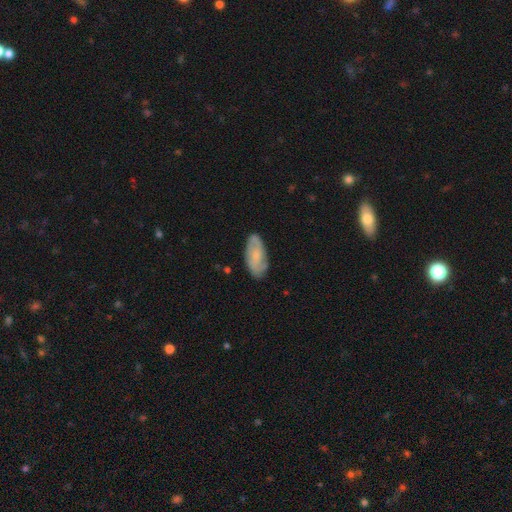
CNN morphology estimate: featured or disk 53%, smooth 41%, star or artifact 6%. Down the decision tree: edge-on disk — no (92%); merging — none (79%).